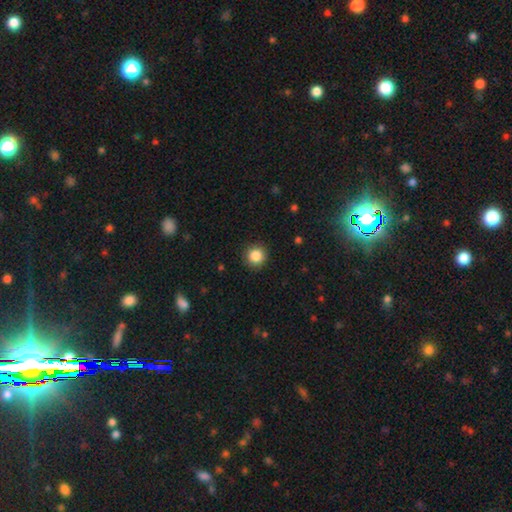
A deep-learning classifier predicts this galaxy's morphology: type=smooth (86%); roundness=round (95%); merging=none (91%).